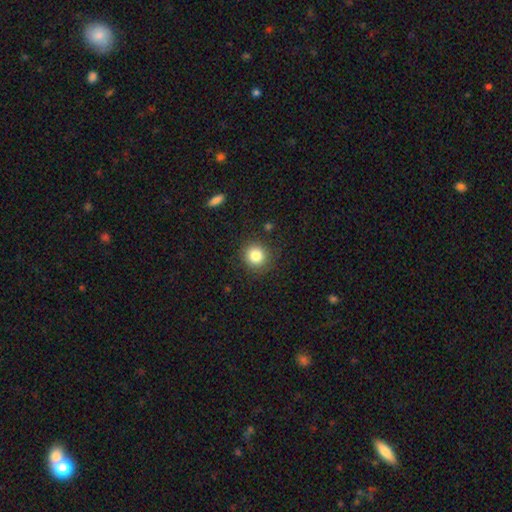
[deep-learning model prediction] The model was most divided on "smooth or featured": smooth: 83%, star or artifact: 11%, featured or disk: 7%. More confident: how rounded — round (90%); merging — none (87%).